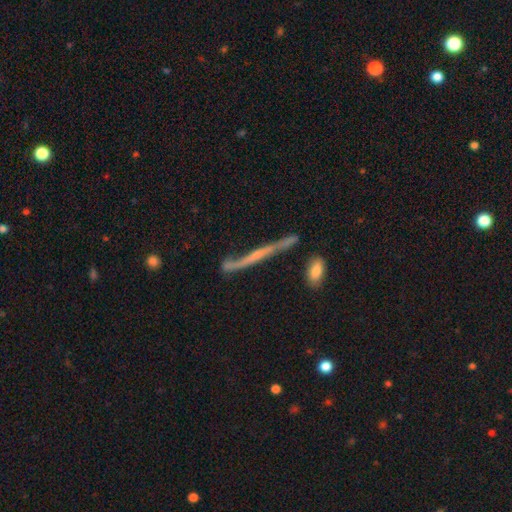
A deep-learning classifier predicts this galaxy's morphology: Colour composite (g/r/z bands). It shows a featured or disk galaxy (69%) viewed edge-on (86%) with no central bulge (60%). Merging: none (61%).